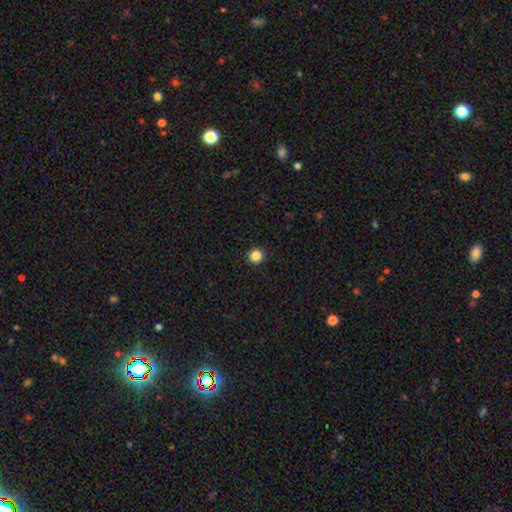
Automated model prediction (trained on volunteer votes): This is clearly a smooth galaxy (86%). How rounded: clearly round (95%). Merging: clearly none (93%).